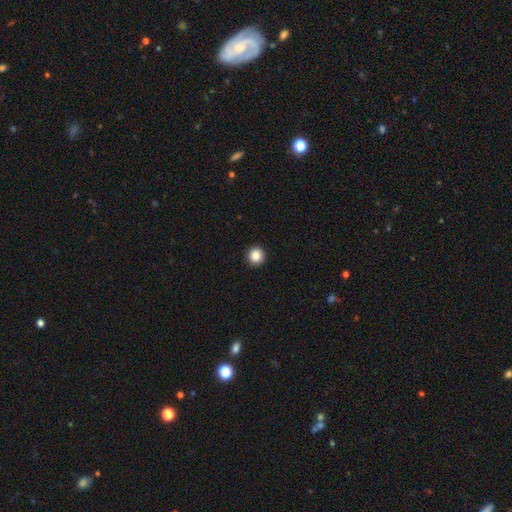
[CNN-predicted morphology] Smooth or featured: smooth — 86% (star or artifact — 10%)
How rounded: round — 94% (in between — 5%)
Merging: none — 94% (minor disturbance — 4%)